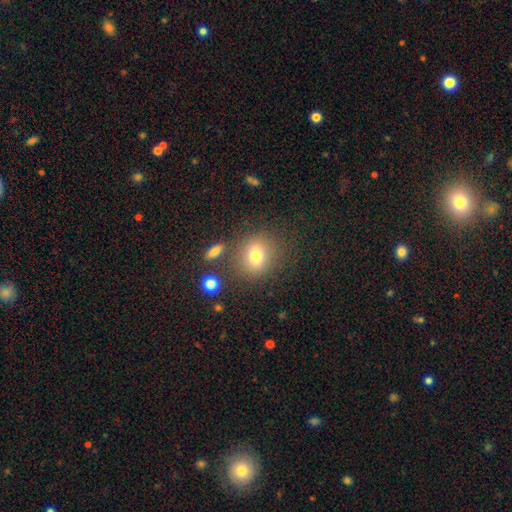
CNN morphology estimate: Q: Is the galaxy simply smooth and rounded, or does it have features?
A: smooth — 75%.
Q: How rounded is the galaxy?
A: round — 69%.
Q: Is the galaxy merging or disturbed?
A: none — 76%.